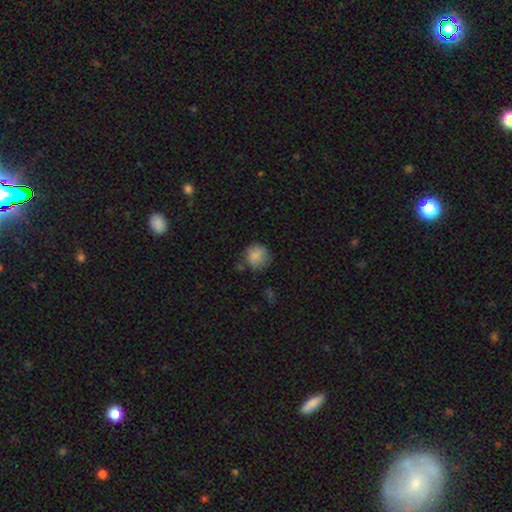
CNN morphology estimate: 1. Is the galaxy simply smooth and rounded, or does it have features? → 85% smooth, 8% star or artifact, 7% featured or disk.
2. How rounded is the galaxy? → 86% round, 13% in between, 1% cigar-shaped.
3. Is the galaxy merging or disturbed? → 68% none, 23% minor disturbance, 6% major disturbance, 4% merger.